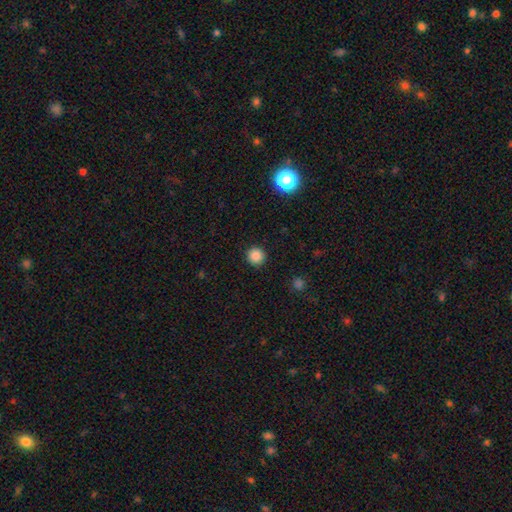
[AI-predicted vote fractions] smooth-or-featured: smooth: 86% | star or artifact: 11% | featured or disk: 3%
  how-rounded: round: 95% | in between: 4% | cigar-shaped: 1%
  merging: none: 92% | minor disturbance: 5% | major disturbance: 2% | merger: 1%